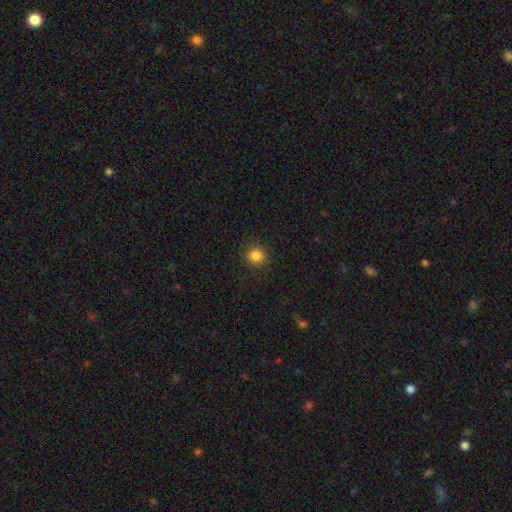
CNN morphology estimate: This appears to be a smooth galaxy with no disk features (85%) that is round (92%). Merging: none (90%).